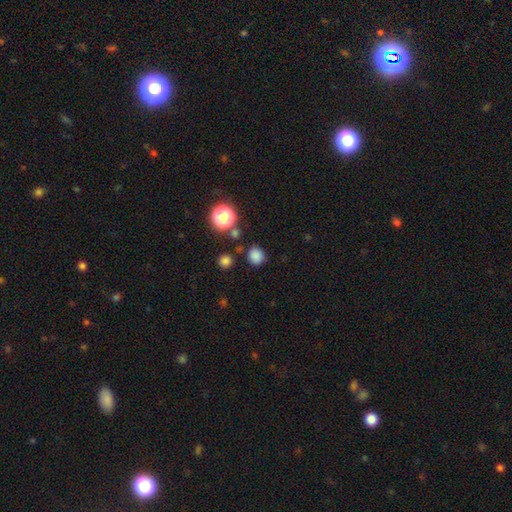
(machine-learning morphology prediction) smooth 79%, star or artifact 17%, featured or disk 4%. Down the decision tree: how rounded — round (83%); merging — none (82%).